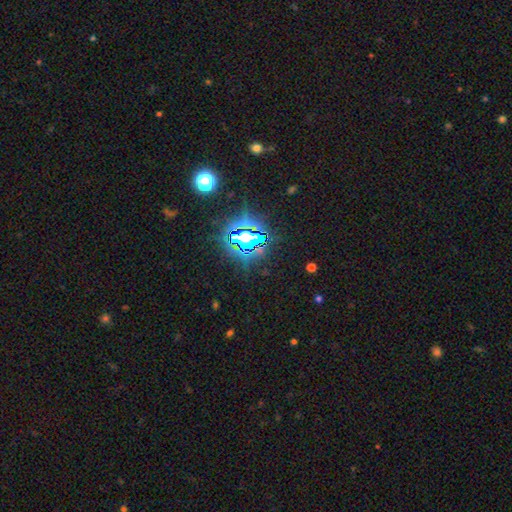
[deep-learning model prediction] Smooth or featured: star or artifact — 82% (smooth — 11%)